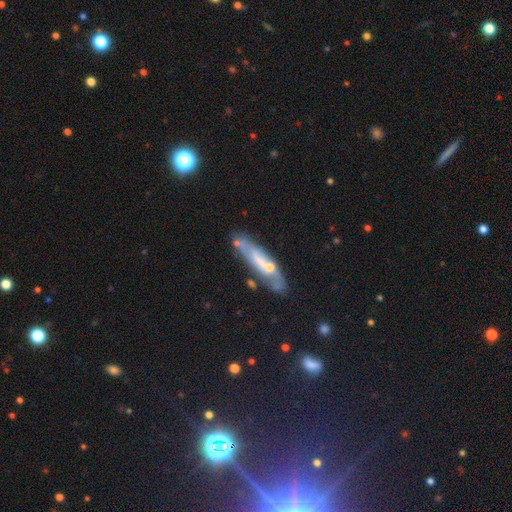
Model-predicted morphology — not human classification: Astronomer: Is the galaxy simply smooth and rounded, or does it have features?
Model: featured or disk — 58%.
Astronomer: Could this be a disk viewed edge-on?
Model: yes — 51% (runner-up: no, 49%).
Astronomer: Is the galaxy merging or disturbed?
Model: none — 65%.